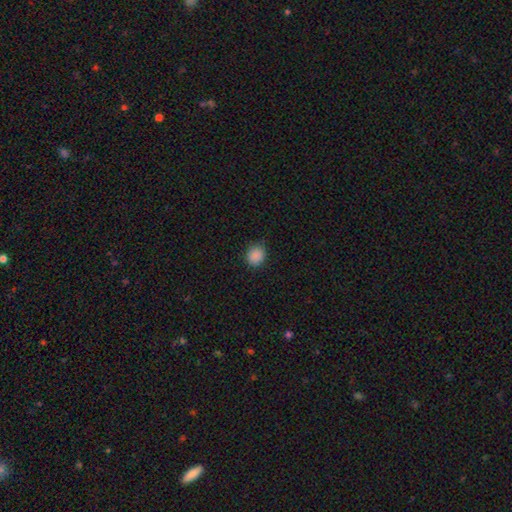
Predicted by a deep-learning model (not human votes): A smooth galaxy with no disk features (88%) that is round (75%).

Vote fractions:
- Smooth or featured? smooth: 88% / star or artifact: 10% / featured or disk: 3%
- How rounded? round: 75% / in between: 24% / cigar-shaped: 1%
- Merging? none: 84% / minor disturbance: 12% / major disturbance: 3% / merger: 1%